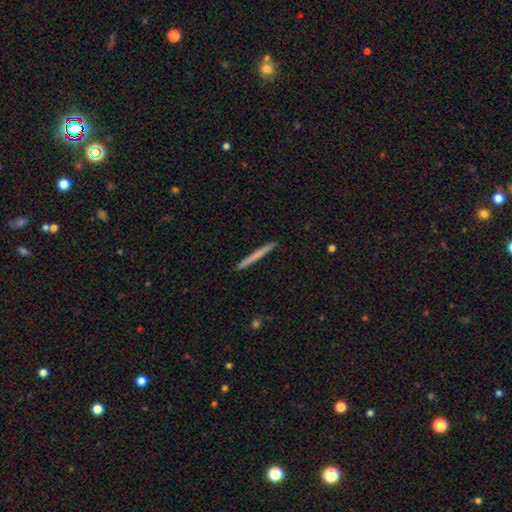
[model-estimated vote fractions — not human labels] Morphology: type=smooth (63%); roundness=cigar-shaped (97%); merging=none (93%).